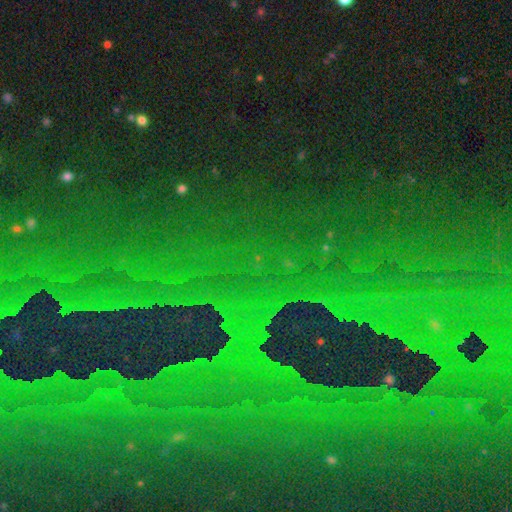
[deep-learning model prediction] Smooth or featured: star or artifact — 86% (featured or disk — 7%)